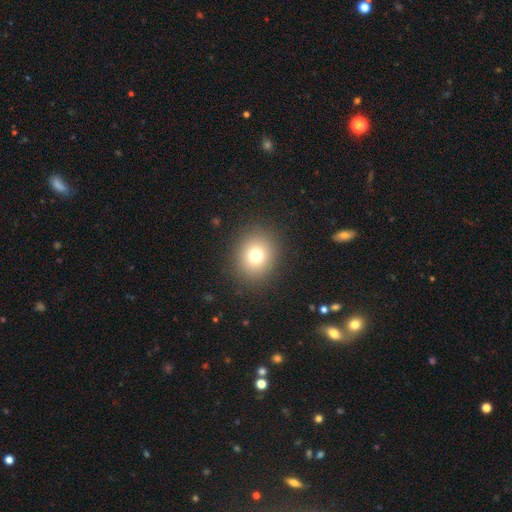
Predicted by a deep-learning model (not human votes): A smooth galaxy with no disk features (75%) that is round (72%).

Vote fractions:
- Smooth or featured? smooth: 75% / star or artifact: 14% / featured or disk: 11%
- How rounded? round: 72% / in between: 27% / cigar-shaped: 1%
- Merging? none: 89% / minor disturbance: 7% / major disturbance: 3% / merger: 1%